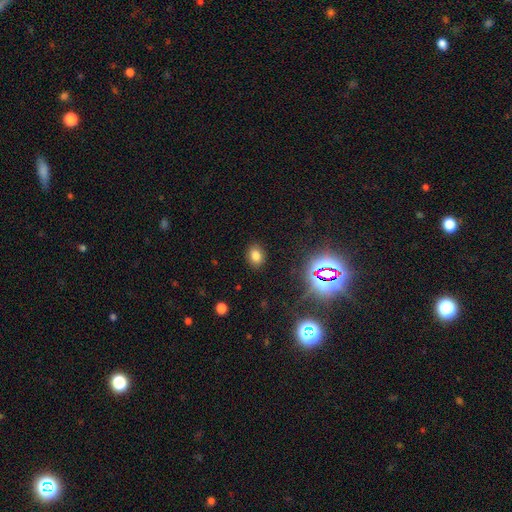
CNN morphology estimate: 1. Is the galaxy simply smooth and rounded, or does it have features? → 76% smooth, 18% star or artifact, 7% featured or disk.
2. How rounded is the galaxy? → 63% in between, 36% round, 1% cigar-shaped.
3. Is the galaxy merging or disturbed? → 87% none, 8% minor disturbance, 3% major disturbance, 1% merger.